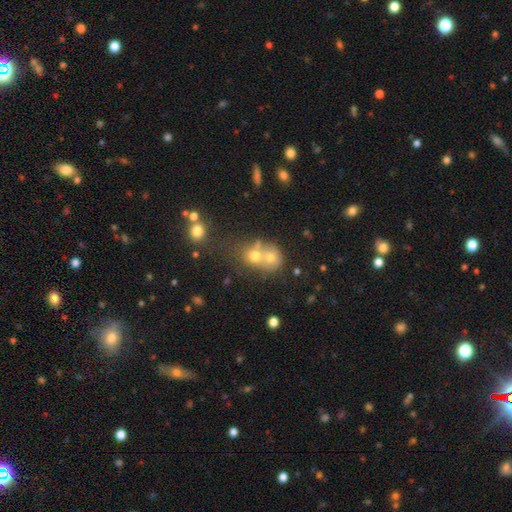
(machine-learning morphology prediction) Smooth or featured? Predicted: smooth (p=0.56). How rounded? Predicted: round (p=0.68). Merging? Predicted: merger (p=0.58).